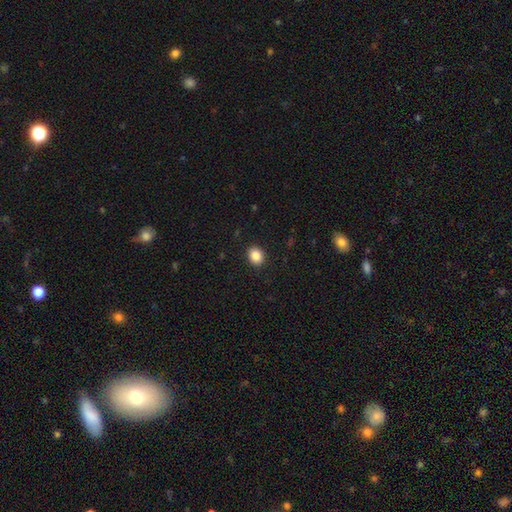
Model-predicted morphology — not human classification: Overall: smooth (86%). How rounded: round (57%; in between 42%). Merging: none (91%).